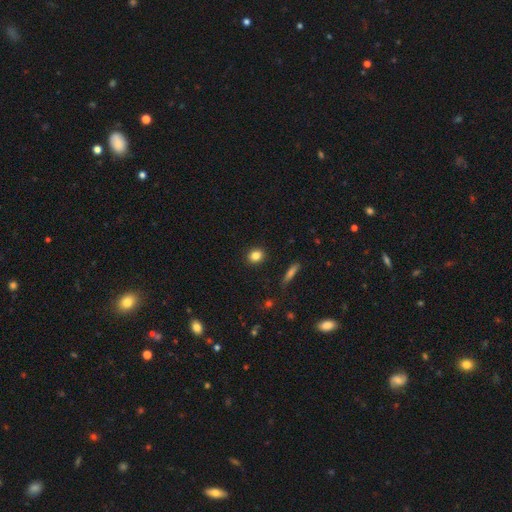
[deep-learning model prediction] This is clearly a smooth galaxy (83%). How rounded: likely round (63%). Merging: clearly none (90%).